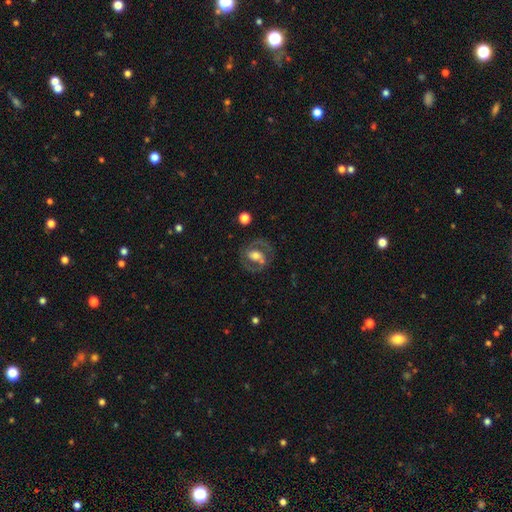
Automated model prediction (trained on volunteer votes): Morphology: type=featured or disk (72%); edge-on=no (96%); bar=no (38%); spiral arms=yes (75%); winding=medium (51%); arm count=2 (84%); bulge=moderate (52%); merging=none (74%).